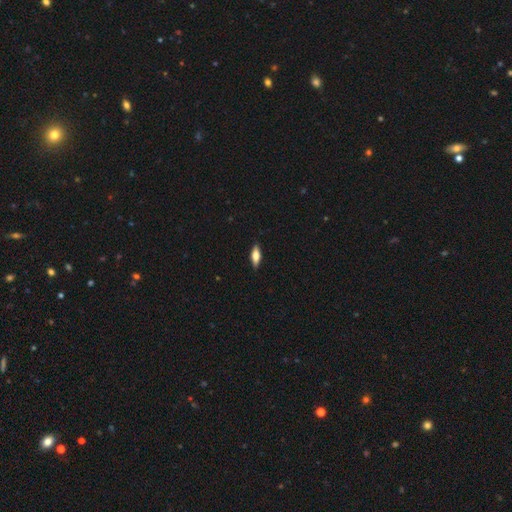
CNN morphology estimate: A smooth galaxy with no disk features (61%) that is in between round and cigar-shaped (62%).

Vote fractions:
- Smooth or featured? smooth: 61% / featured or disk: 32% / star or artifact: 7%
- How rounded? in between: 62% / cigar-shaped: 35% / round: 3%
- Merging? none: 88% / minor disturbance: 9% / major disturbance: 2% / merger: 1%